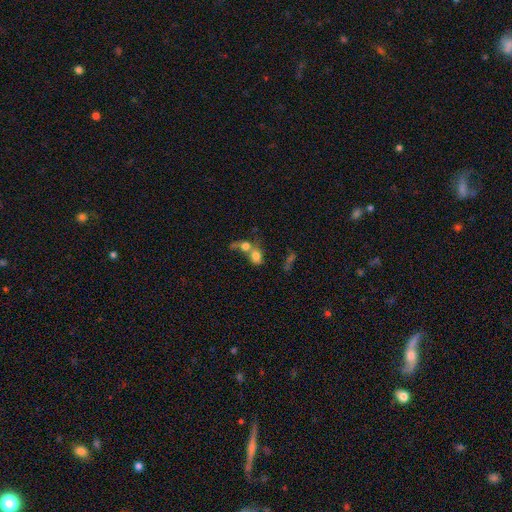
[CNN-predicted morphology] This is likely a smooth galaxy (74%). How rounded: possibly round (53%). Merging: likely merger (64%).